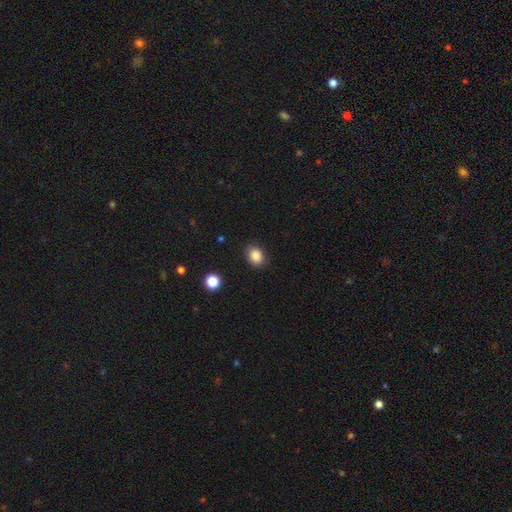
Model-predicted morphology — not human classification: Overall: smooth (87%). How rounded: in between (55%; round 44%). Merging: none (85%).